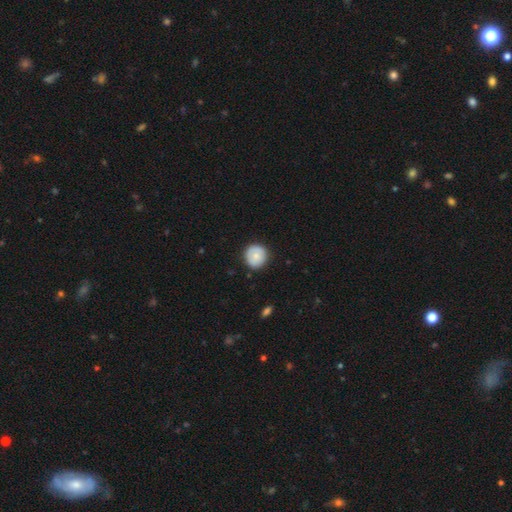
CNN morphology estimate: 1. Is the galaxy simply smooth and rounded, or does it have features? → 76% smooth, 18% featured or disk, 7% star or artifact.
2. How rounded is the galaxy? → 91% round, 8% in between, 1% cigar-shaped.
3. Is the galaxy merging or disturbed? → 85% none, 12% minor disturbance, 2% major disturbance, 1% merger.